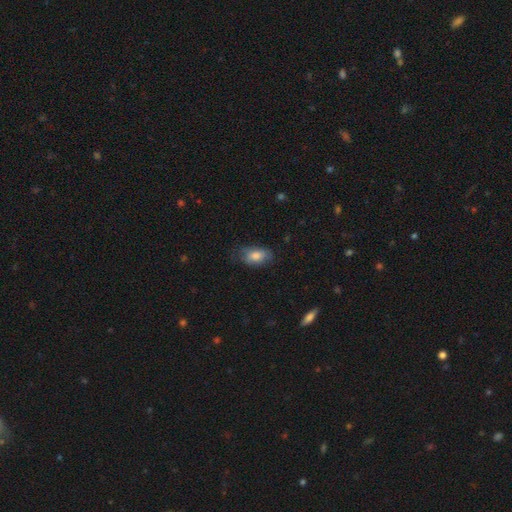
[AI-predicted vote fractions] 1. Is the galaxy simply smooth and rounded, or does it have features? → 79% smooth, 14% featured or disk, 7% star or artifact.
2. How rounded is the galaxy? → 90% in between, 6% round, 4% cigar-shaped.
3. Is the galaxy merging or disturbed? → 65% none, 26% minor disturbance, 8% major disturbance, 1% merger.